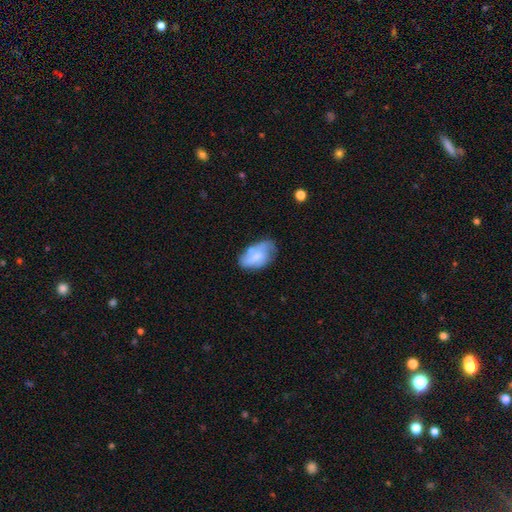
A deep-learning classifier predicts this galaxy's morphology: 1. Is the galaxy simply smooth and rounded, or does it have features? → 53% smooth, 40% featured or disk, 7% star or artifact.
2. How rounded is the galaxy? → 91% in between, 7% round, 2% cigar-shaped.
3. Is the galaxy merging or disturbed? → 46% none, 31% minor disturbance, 13% major disturbance, 10% merger.